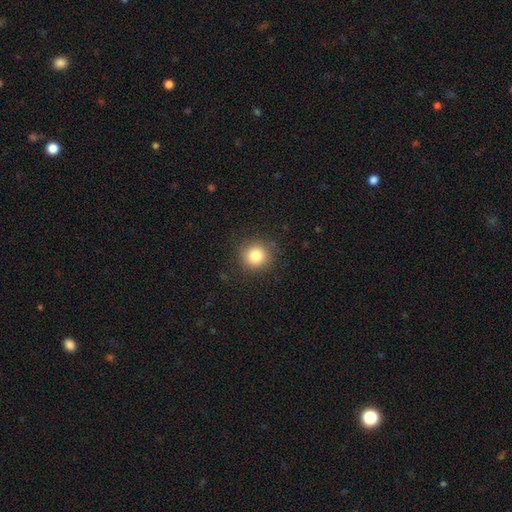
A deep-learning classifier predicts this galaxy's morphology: type=smooth (82%); roundness=round (92%); merging=none (88%).